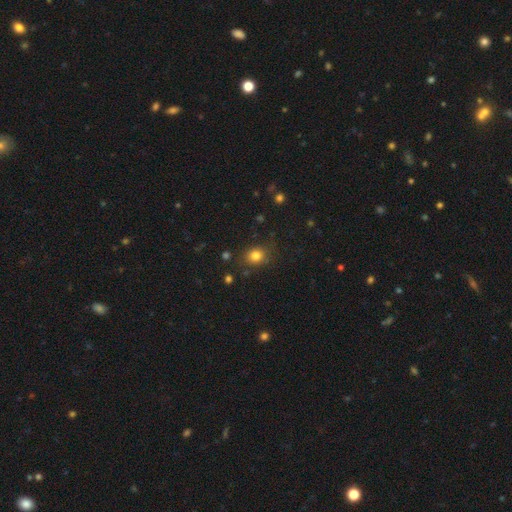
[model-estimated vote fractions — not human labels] smooth-or-featured: smooth: 81% | star or artifact: 13% | featured or disk: 6%
  how-rounded: round: 64% | in between: 35% | cigar-shaped: 1%
  merging: none: 80% | minor disturbance: 14% | major disturbance: 4% | merger: 2%